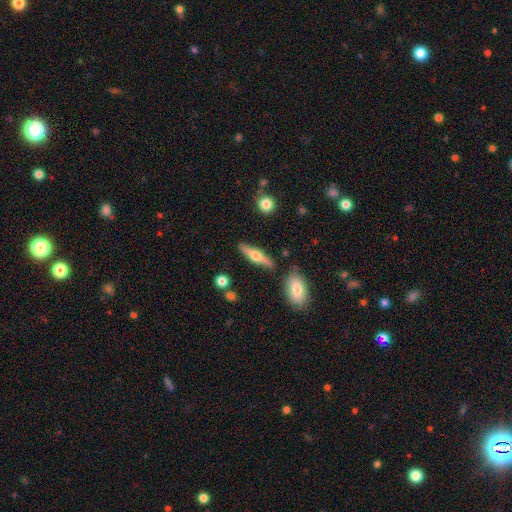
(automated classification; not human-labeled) featured or disk 55%, smooth 39%, star or artifact 6%. Down the decision tree: edge-on disk — yes (93%); edge-on bulge — rounded (93%); merging — none (82%).